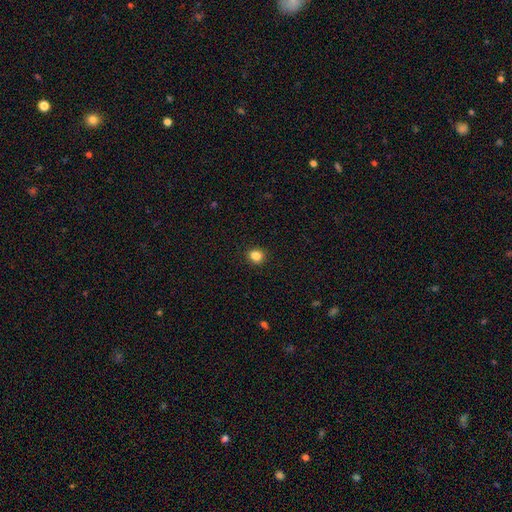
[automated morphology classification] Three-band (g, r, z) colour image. It shows a smooth galaxy with no disk features (85%) that is round (75%). Merging: none (90%).